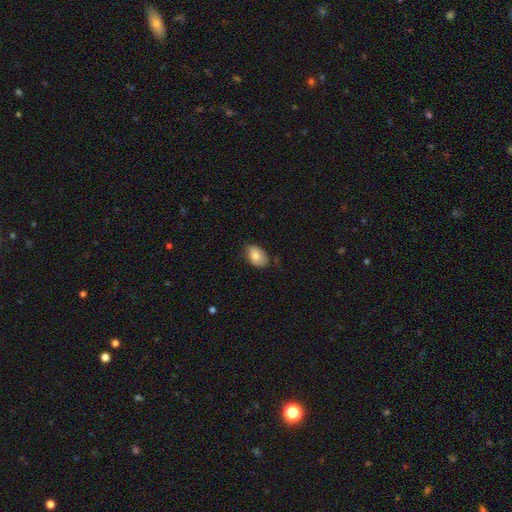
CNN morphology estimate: smooth-or-featured: smooth: 81% | featured or disk: 12% | star or artifact: 7%
  how-rounded: in between: 88% | round: 11% | cigar-shaped: 1%
  merging: none: 70% | minor disturbance: 24% | major disturbance: 4% | merger: 1%